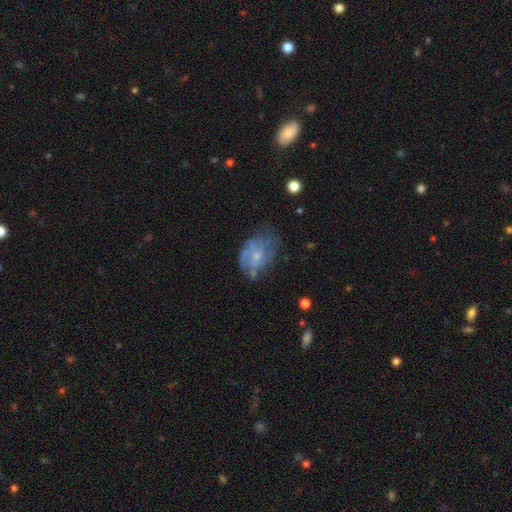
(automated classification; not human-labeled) smooth_or_featured: featured or disk (p=0.69) [alt: smooth p=0.23]
disk_edge_on: no (p=0.97) [alt: yes p=0.03]
bar: no (p=0.72) [alt: weak p=0.24]
has_spiral_arms: yes (p=0.71) [alt: no p=0.29]
bulge_size: small (p=0.52) [alt: moderate p=0.35]
merging: none (p=0.50) [alt: minor disturbance p=0.28]